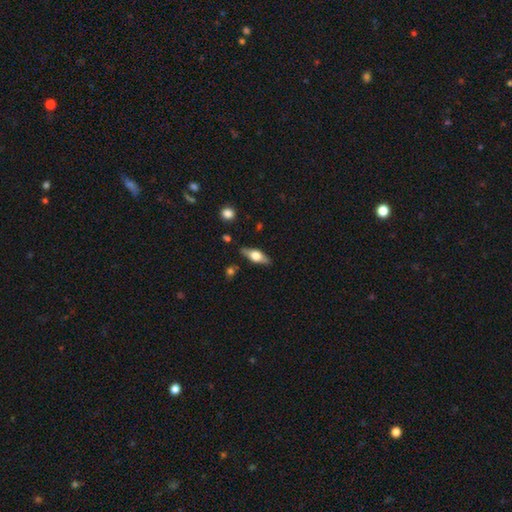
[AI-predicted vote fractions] A featured or disk galaxy (49%). Merging: none (83%).